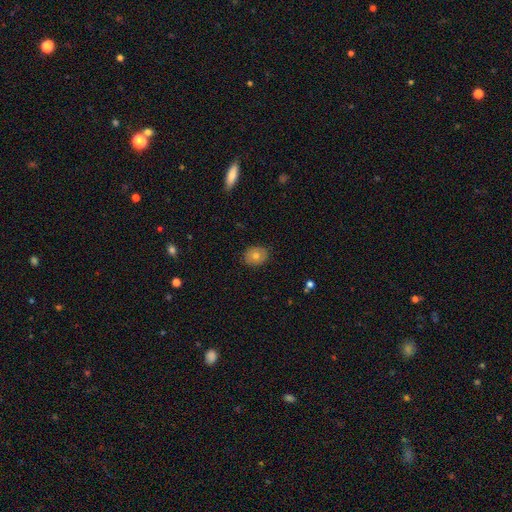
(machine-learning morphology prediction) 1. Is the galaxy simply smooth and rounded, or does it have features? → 66% smooth, 25% featured or disk, 10% star or artifact.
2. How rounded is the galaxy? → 50% round, 49% in between, 1% cigar-shaped.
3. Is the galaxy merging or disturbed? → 85% none, 12% minor disturbance, 2% major disturbance, 1% merger.